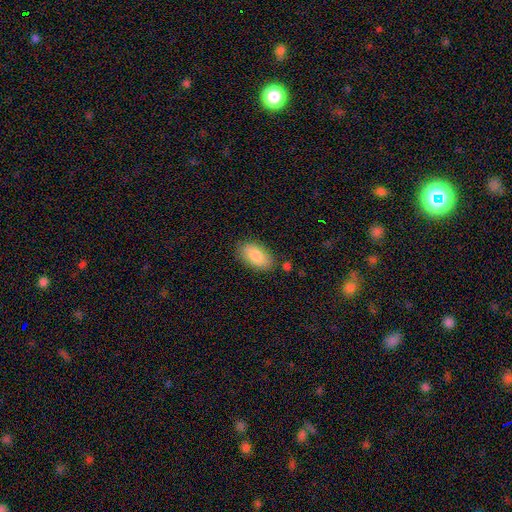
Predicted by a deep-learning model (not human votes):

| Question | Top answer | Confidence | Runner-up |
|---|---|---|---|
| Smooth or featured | smooth | 84% | featured or disk (10%) |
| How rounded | in between | 94% | round (3%) |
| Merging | none | 82% | minor disturbance (12%) |